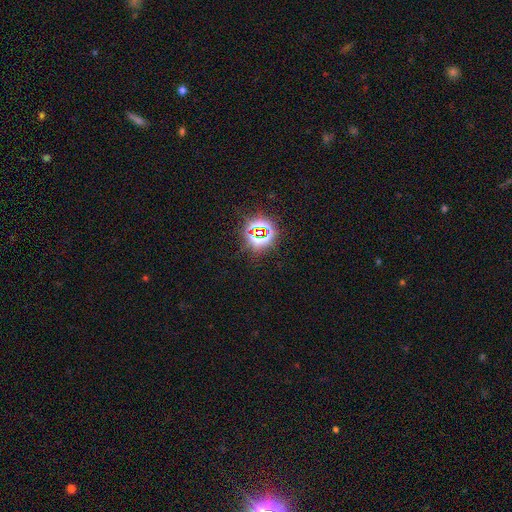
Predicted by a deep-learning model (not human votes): Smooth or featured? star or artifact (78%)